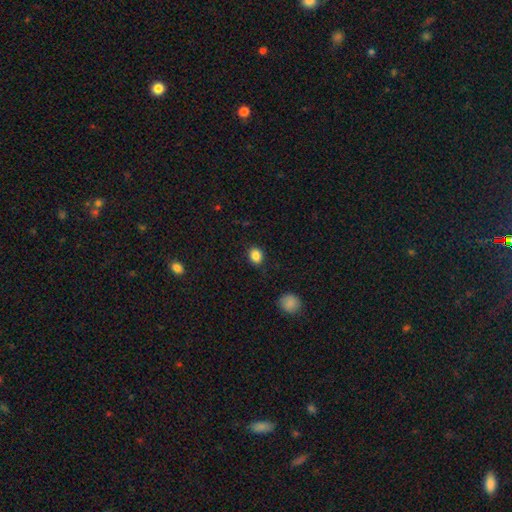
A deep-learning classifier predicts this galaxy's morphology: A smooth galaxy with no disk features (86%) that is round (55%). Merging: none (87%).